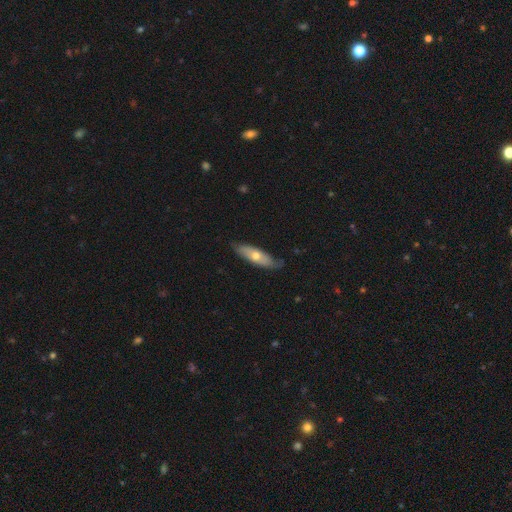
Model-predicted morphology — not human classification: type=smooth (53%); roundness=in between (49%, tied with cigar-shaped); merging=none (71%).